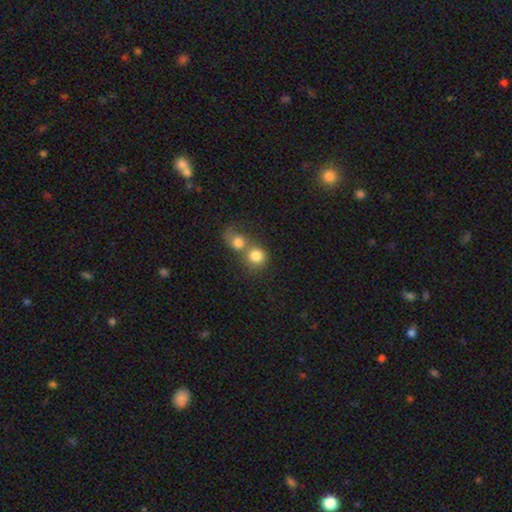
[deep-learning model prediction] Smooth or featured: smooth — 79% (featured or disk — 11%)
How rounded: round — 82% (in between — 17%)
Merging: merger — 62% (none — 28%)